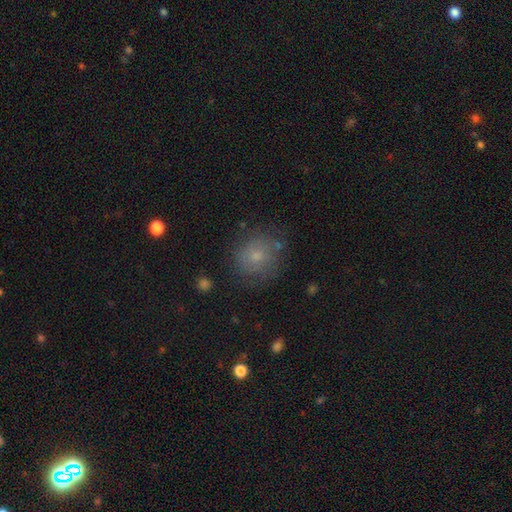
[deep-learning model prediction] smooth-or-featured: smooth: 69% | featured or disk: 18% | star or artifact: 13%
  how-rounded: round: 83% | in between: 16% | cigar-shaped: 1%
  merging: none: 72% | minor disturbance: 18% | major disturbance: 7% | merger: 3%